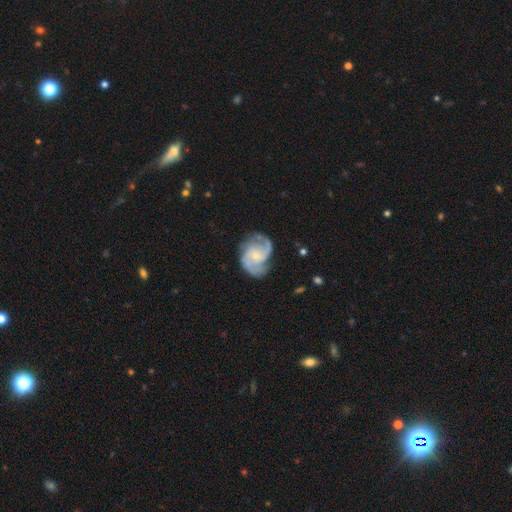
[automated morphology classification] Smooth or featured: featured or disk — 90% (smooth — 6%)
Edge-on disk: no — 98% (yes — 2%)
Bar: no — 61% (weak — 32%)
Spiral arms: yes — 98% (no — 2%)
Spiral winding: medium — 57% (tight — 24%)
Spiral arm count: 2 — 79% (3 — 11%)
Bulge size: small — 67% (moderate — 29%)
Merging: none — 72% (minor disturbance — 18%)